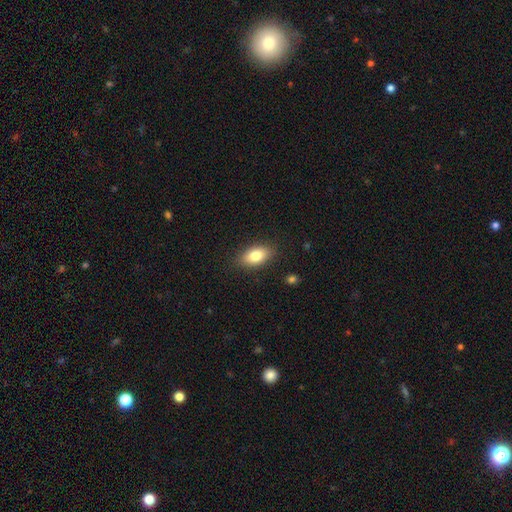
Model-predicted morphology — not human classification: The model was most divided on "smooth or featured": smooth: 82%, featured or disk: 11%, star or artifact: 7%. More confident: how rounded — in between (89%); merging — none (86%).